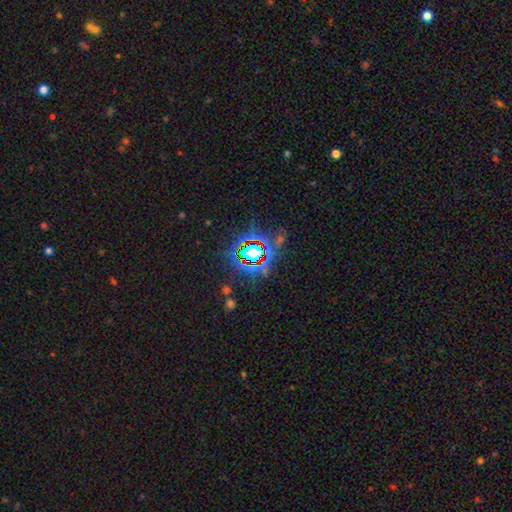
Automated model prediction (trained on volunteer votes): Smooth or featured: star or artifact — 72% (smooth — 17%)